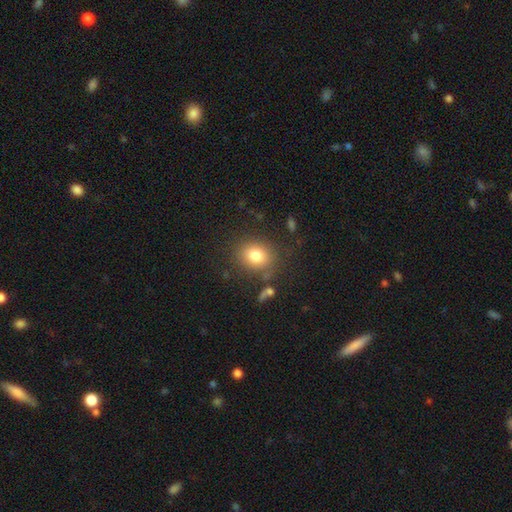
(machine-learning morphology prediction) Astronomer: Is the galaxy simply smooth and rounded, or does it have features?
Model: smooth — 80%.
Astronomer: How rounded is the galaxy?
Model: round — 67%.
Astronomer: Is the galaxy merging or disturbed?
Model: none — 80%.